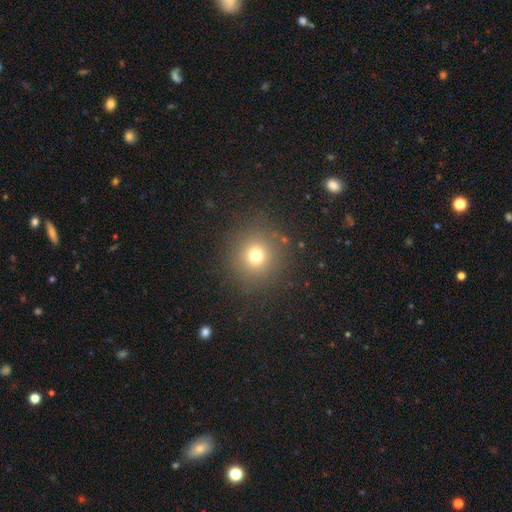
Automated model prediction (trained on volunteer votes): A smooth galaxy with no disk features (71%) that is round (93%). Merging: none (87%).